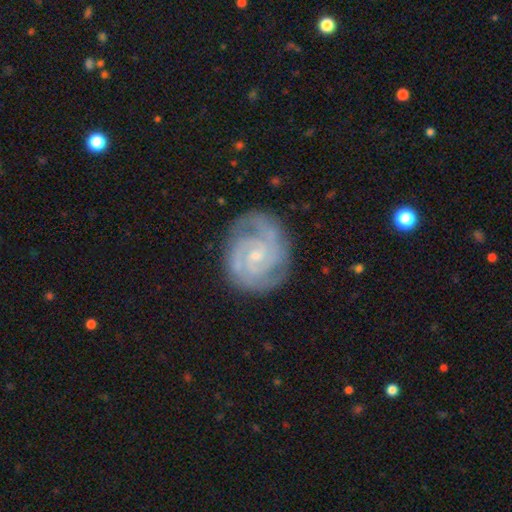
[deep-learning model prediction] A featured or disk galaxy (90%) with no bar (59%), 2 (54%) tight (69%) spiral arms (98%) and a small central bulge (74%).

Vote fractions:
- Smooth or featured? featured or disk: 90% / smooth: 5% / star or artifact: 5%
- Edge-on disk? no: 98% / yes: 2%
- Bar? no: 59% / weak: 33% / strong: 7%
- Spiral arms? yes: 98% / no: 2%
- Spiral winding? tight: 69% / medium: 28% / loose: 3%
- Spiral arm count? 2: 54% / 3: 24% / can't tell: 10% / 4: 5% / 1: 4% / more than 4: 4%
- Bulge size? small: 74% / moderate: 21% / none: 3% / large: 1% / dominant: 1%
- Merging? none: 79% / minor disturbance: 15% / major disturbance: 4% / merger: 1%